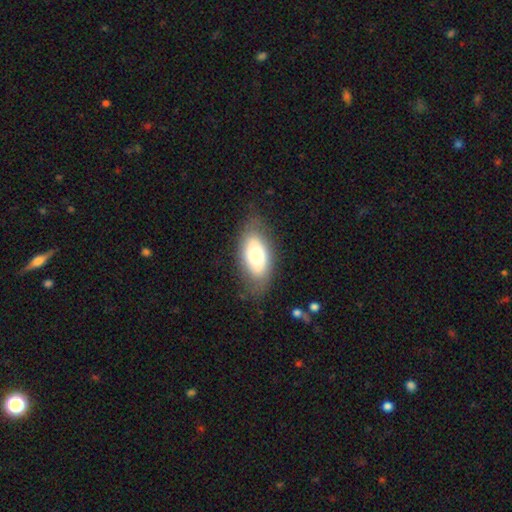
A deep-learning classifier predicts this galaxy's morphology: Smooth or featured? smooth (58%)
How rounded? in between (91%)
Merging? none (75%)